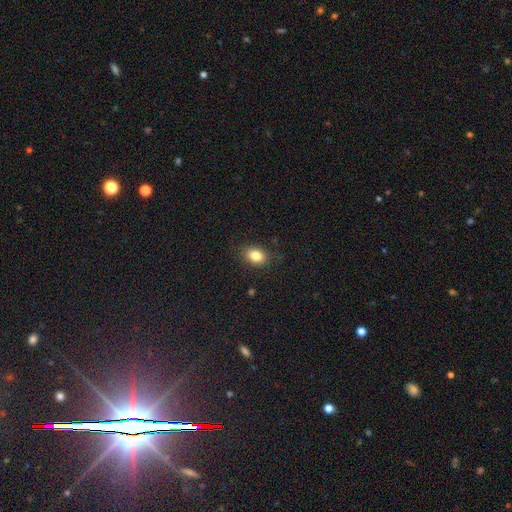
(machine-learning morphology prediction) smooth_or_featured: smooth (p=0.83) [alt: star or artifact p=0.10]
how_rounded: in between (p=0.71) [alt: round p=0.27]
merging: none (p=0.85) [alt: minor disturbance p=0.11]